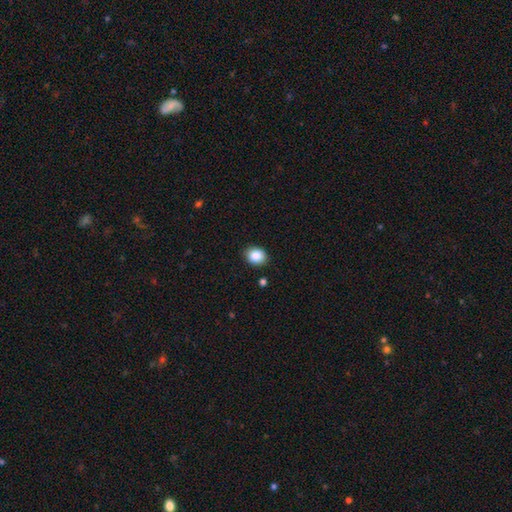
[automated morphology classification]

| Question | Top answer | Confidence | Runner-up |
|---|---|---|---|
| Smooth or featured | smooth | 86% | star or artifact (9%) |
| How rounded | round | 51% | in between (48%) |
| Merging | none | 89% | minor disturbance (8%) |